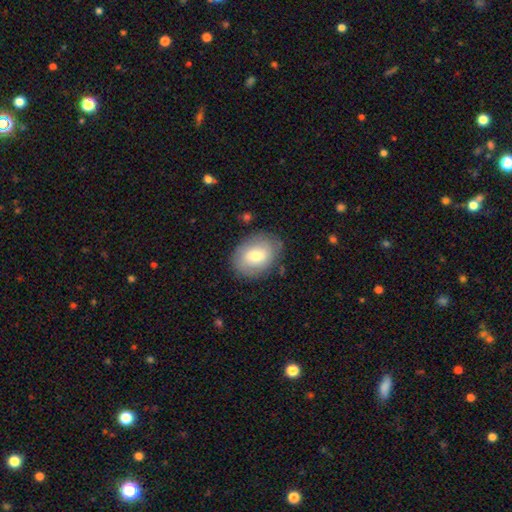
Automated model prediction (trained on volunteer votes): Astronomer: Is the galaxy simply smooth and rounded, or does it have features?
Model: smooth — 66%.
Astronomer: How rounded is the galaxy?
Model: in between — 70%.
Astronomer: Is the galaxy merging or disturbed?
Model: none — 80%.